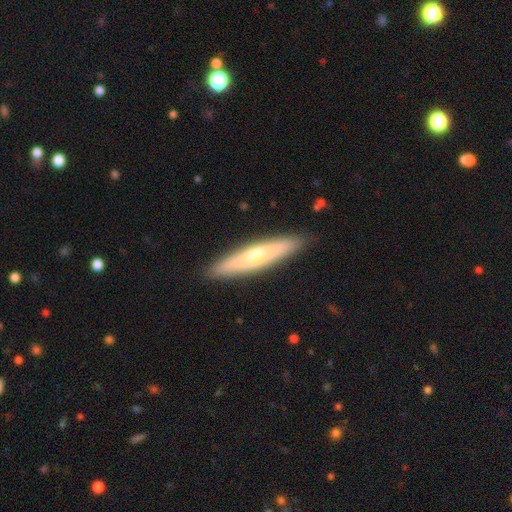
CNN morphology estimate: type=smooth (56%); roundness=cigar-shaped (86%); merging=none (89%).